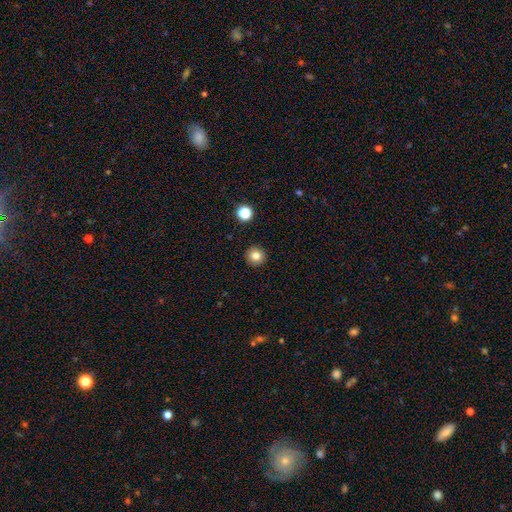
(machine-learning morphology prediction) This is clearly a smooth galaxy (81%). How rounded: clearly round (96%). Merging: clearly none (93%).